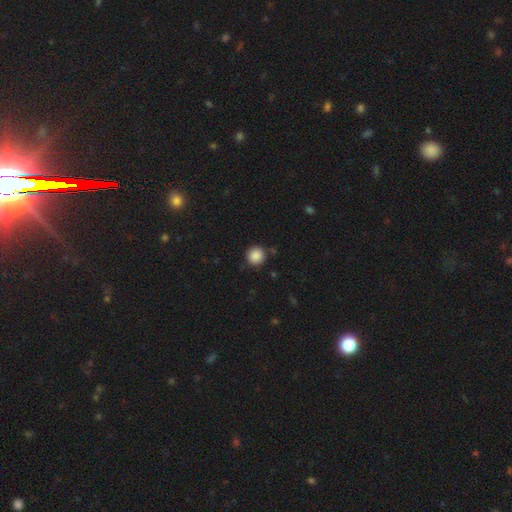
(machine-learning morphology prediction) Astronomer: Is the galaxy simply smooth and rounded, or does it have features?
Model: smooth — 87%.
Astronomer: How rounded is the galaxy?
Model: round — 94%.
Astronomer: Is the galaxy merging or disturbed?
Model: none — 86%.